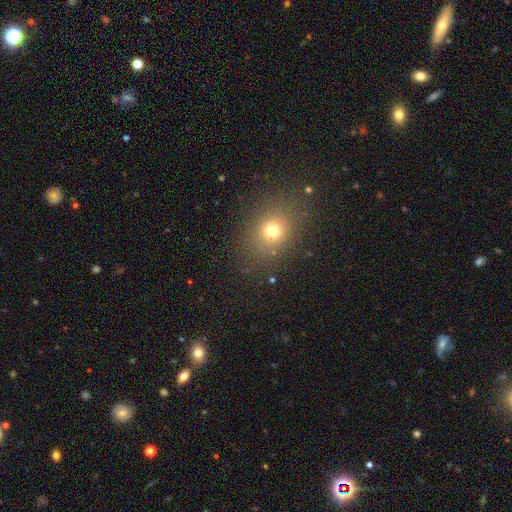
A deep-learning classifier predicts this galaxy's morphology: smooth_or_featured: smooth (p=0.66) [alt: star or artifact p=0.25]
how_rounded: round (p=0.53) [alt: in between p=0.46]
merging: none (p=0.88) [alt: minor disturbance p=0.08]